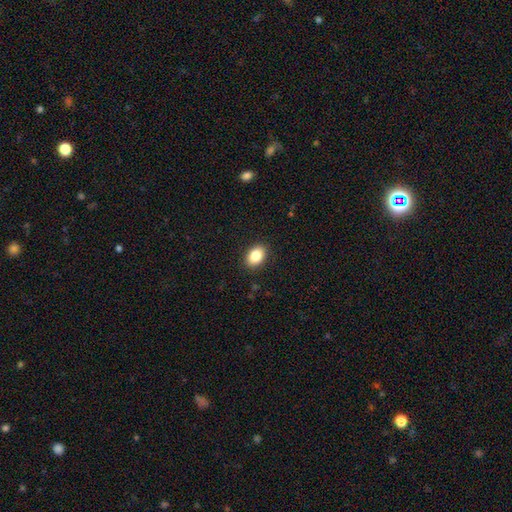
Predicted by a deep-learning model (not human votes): Overall: smooth (85%). How rounded: in between (81%). Merging: none (90%).